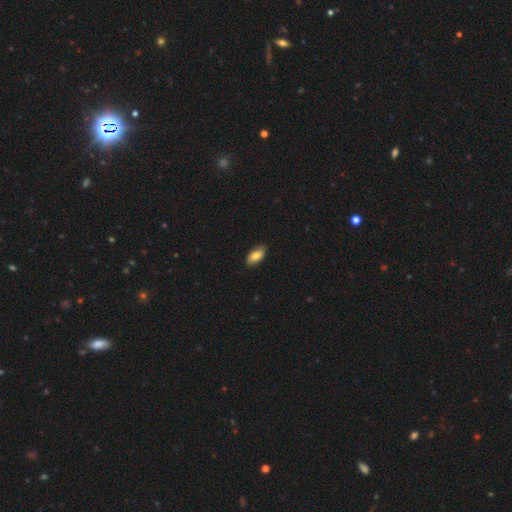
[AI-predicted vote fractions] A smooth galaxy with no disk features (80%) that is in between round and cigar-shaped (91%). Merging: none (86%).